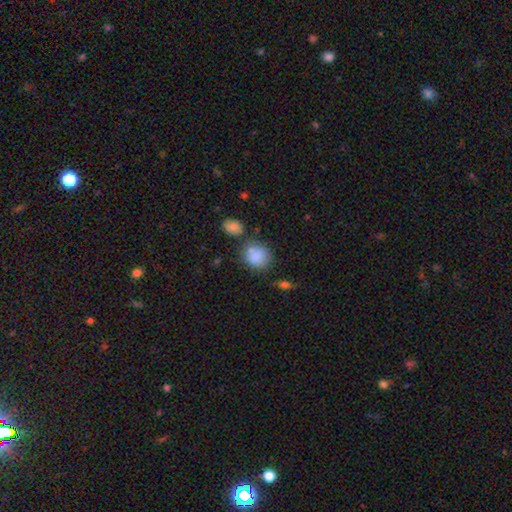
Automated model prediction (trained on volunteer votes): Smooth or featured? smooth (83%)
How rounded? round (70%)
Merging? none (57%)